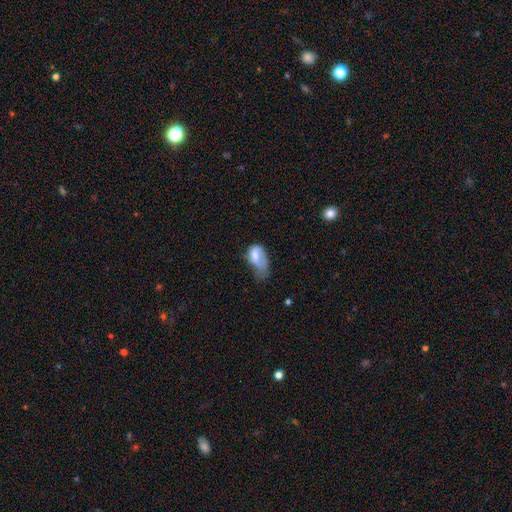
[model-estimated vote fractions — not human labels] Smooth or featured: smooth — 72% (featured or disk — 20%)
How rounded: in between — 88% (round — 10%)
Merging: major disturbance — 48% (minor disturbance — 33%)